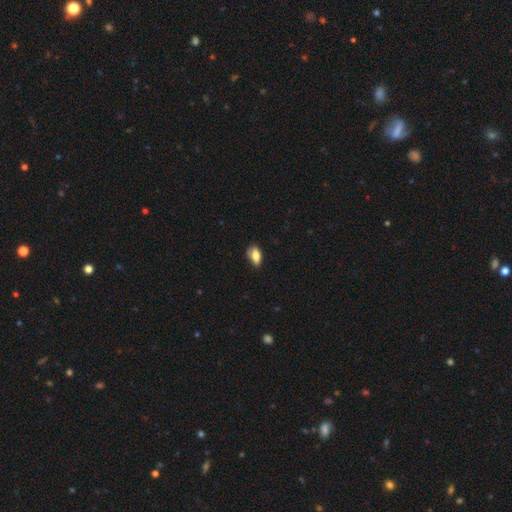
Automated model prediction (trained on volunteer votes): This appears to be a smooth galaxy with no disk features (77%) that is in between round and cigar-shaped (88%). Merging: none (58%).